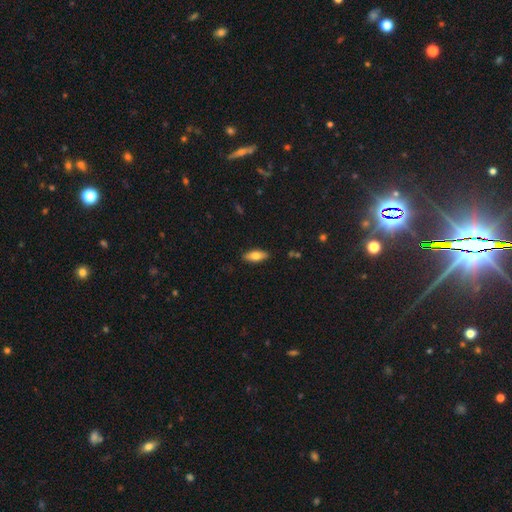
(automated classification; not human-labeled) The model was most divided on "smooth or featured": smooth: 73%, featured or disk: 20%, star or artifact: 6%. More confident: merging — none (88%); how rounded — in between (75%).